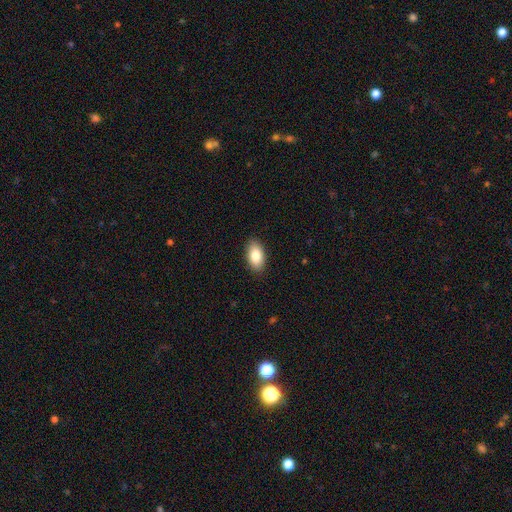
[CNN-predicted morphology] A smooth galaxy with no disk features (84%) that is in between round and cigar-shaped (93%).

Vote fractions:
- Smooth or featured? smooth: 84% / featured or disk: 9% / star or artifact: 7%
- How rounded? in between: 93% / round: 5% / cigar-shaped: 2%
- Merging? none: 89% / minor disturbance: 9% / major disturbance: 2% / merger: 1%